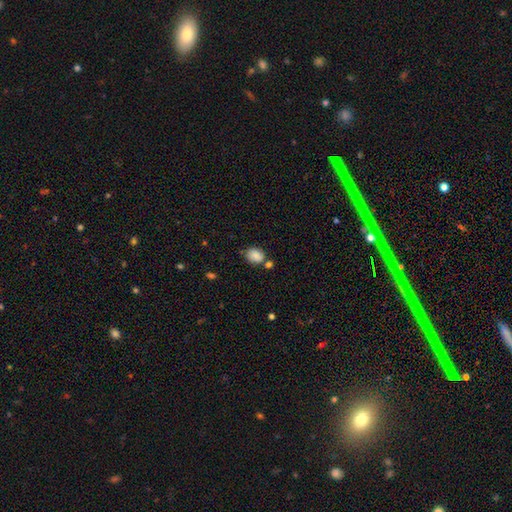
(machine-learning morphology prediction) This is clearly a smooth galaxy (84%). How rounded: possibly round (53%). Merging: likely none (62%).